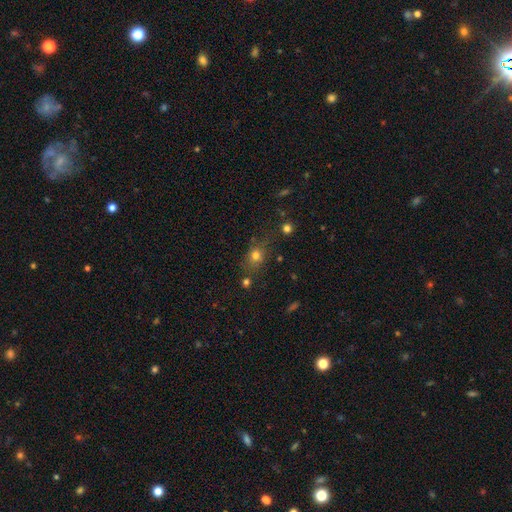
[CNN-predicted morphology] Smooth or featured?
  - smooth: 72% *
  - star or artifact: 17%
  - featured or disk: 11%
How rounded?
  - round: 61% *
  - in between: 37%
  - cigar-shaped: 2%
Merging?
  - none: 70% *
  - minor disturbance: 16%
  - merger: 7%
  - major disturbance: 7%